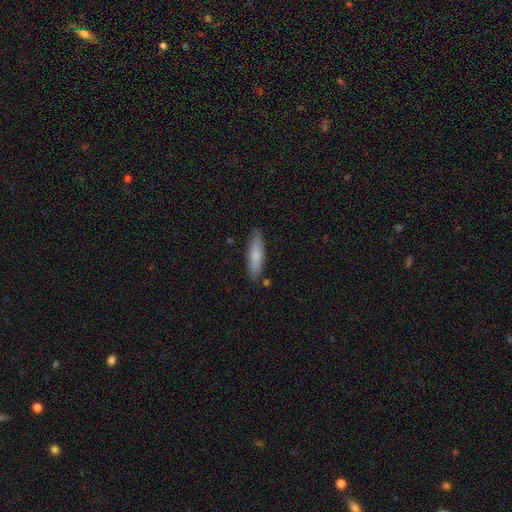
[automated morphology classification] This is likely a smooth galaxy (79%). How rounded: likely cigar-shaped (70%). Merging: clearly none (85%).